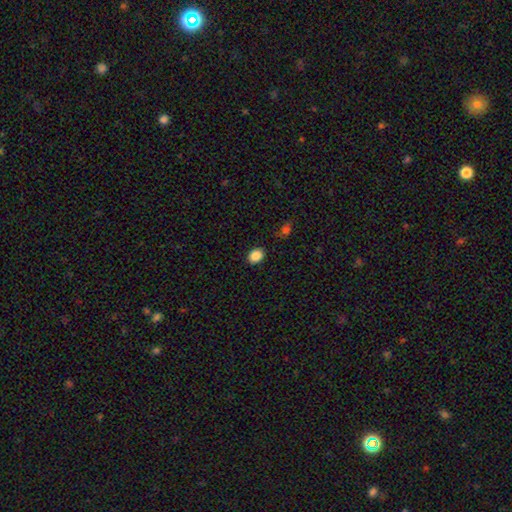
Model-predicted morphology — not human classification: Smooth or featured? smooth (87%)
How rounded? in between (54%)
Merging? none (89%)